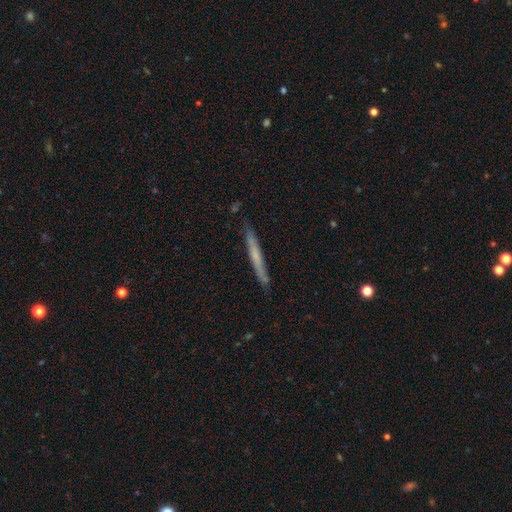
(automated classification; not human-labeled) Smooth or featured? Predicted: smooth (p=0.50). How rounded? Predicted: cigar-shaped (p=0.96). Merging? Predicted: none (p=0.86).